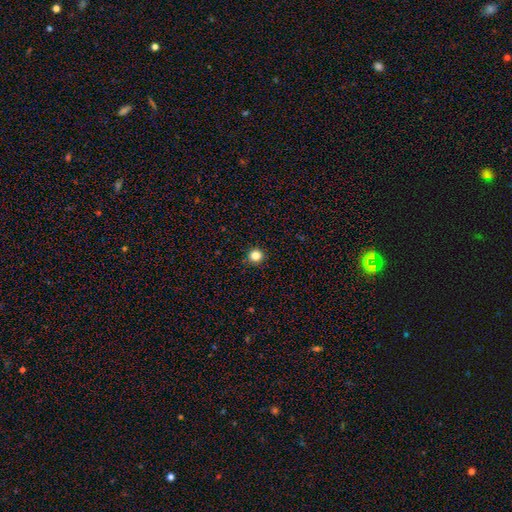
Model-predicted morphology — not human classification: This is clearly a smooth galaxy (83%). How rounded: clearly round (93%). Merging: clearly none (91%).